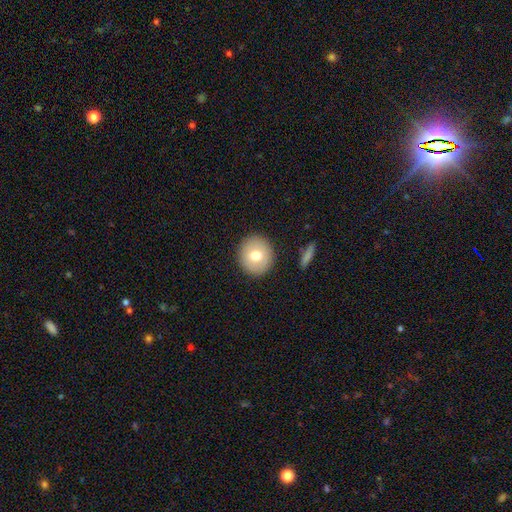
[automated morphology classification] smooth 71%, featured or disk 20%, star or artifact 9%. Down the decision tree: how rounded — round (89%); merging — none (90%).